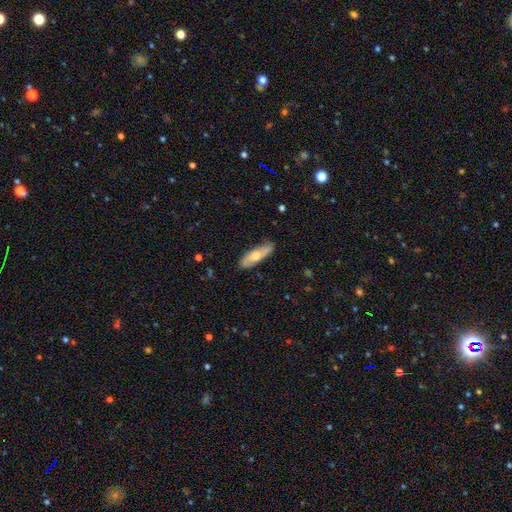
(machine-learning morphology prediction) smooth_or_featured: smooth (p=0.50) [alt: featured or disk p=0.44]
merging: none (p=0.83) [alt: minor disturbance p=0.13]